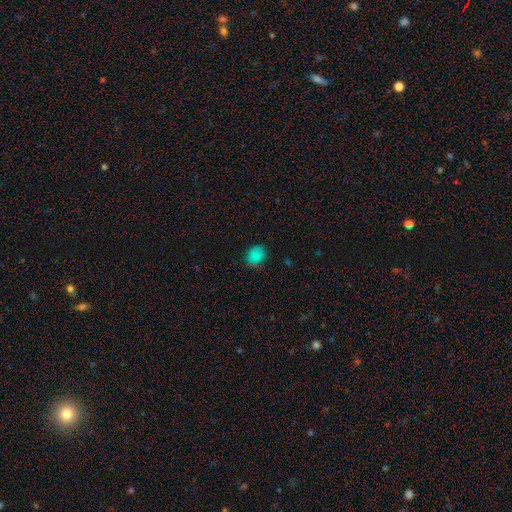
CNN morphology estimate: smooth 83%, star or artifact 13%, featured or disk 4%. Down the decision tree: how rounded — round (52%); merging — none (79%).